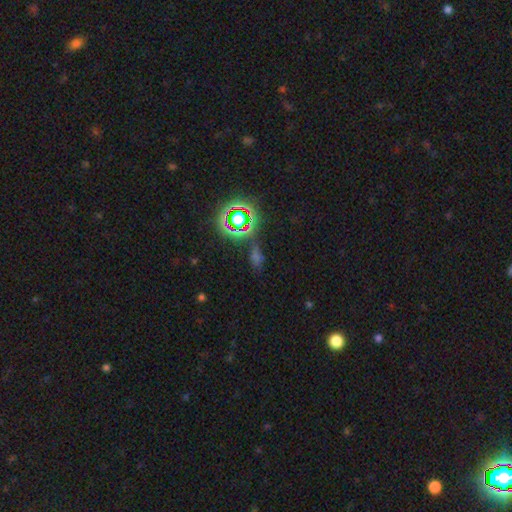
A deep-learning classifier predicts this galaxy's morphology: The model was most divided on "smooth or featured": star or artifact: 60%, smooth: 29%, featured or disk: 12%.